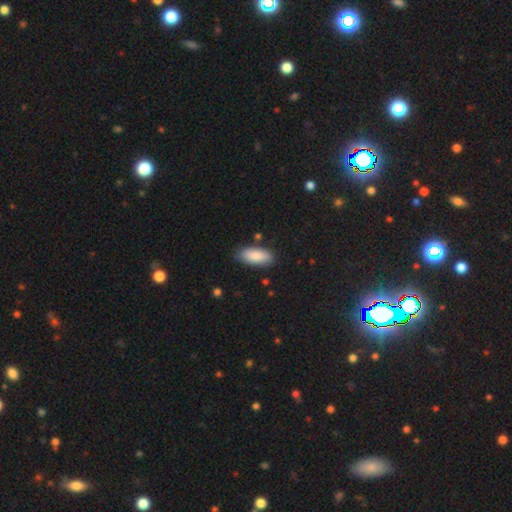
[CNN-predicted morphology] smooth 89%, star or artifact 6%, featured or disk 6%. Down the decision tree: how rounded — in between (85%); merging — none (83%).